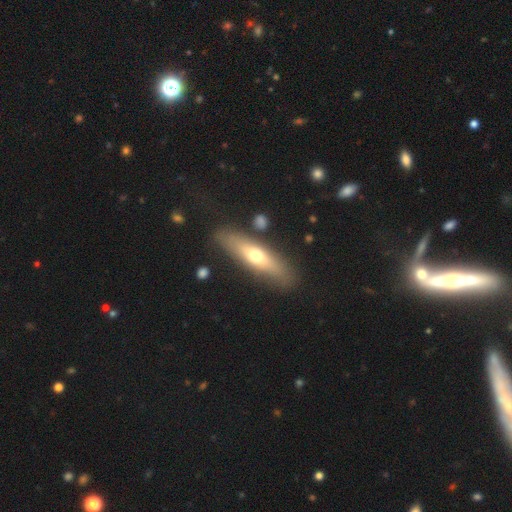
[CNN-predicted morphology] Overall: smooth (52%; featured or disk 43%). How rounded: cigar-shaped (68%; in between 30%). Merging: none (83%).